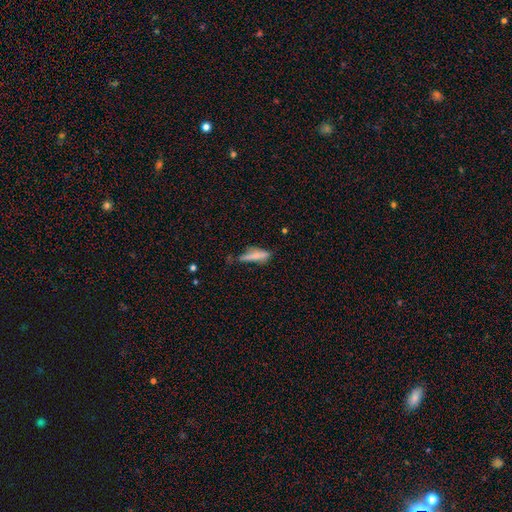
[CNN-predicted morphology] type=smooth (70%); roundness=cigar-shaped (72%); merging=none (45%).